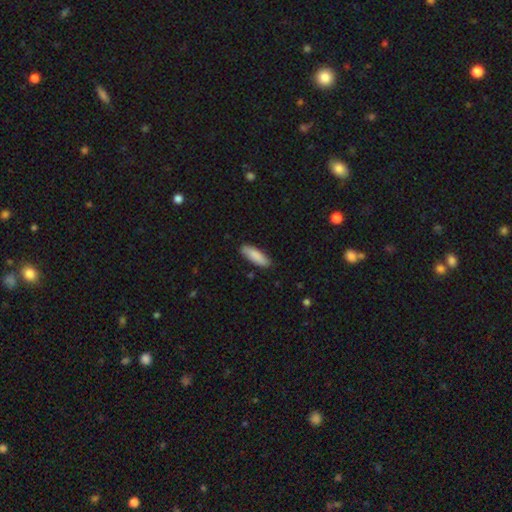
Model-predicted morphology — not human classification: A smooth galaxy with no disk features (87%) that is in between round and cigar-shaped (60%).

Vote fractions:
- Smooth or featured? smooth: 87% / featured or disk: 8% / star or artifact: 5%
- How rounded? in between: 60% / cigar-shaped: 39% / round: 2%
- Merging? none: 83% / minor disturbance: 13% / major disturbance: 2% / merger: 1%